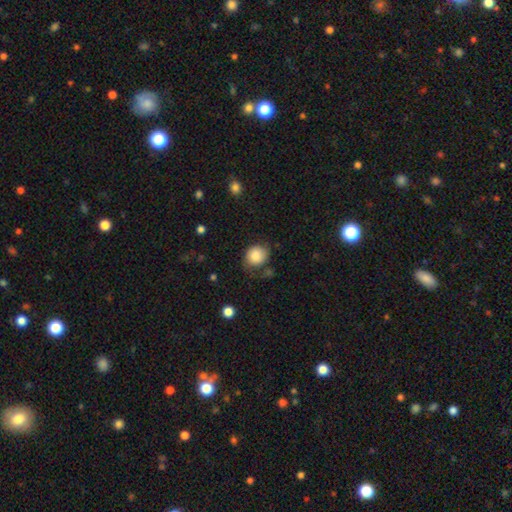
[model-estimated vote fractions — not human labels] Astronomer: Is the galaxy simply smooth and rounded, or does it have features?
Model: smooth — 84%.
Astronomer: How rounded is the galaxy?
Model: round — 72%.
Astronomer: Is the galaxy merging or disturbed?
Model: none — 59%.